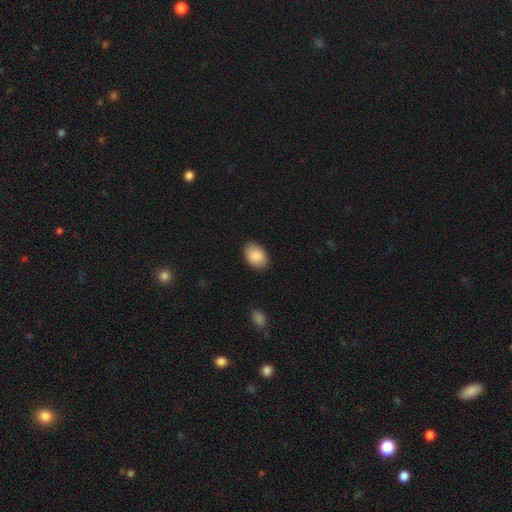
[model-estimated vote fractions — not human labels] Smooth or featured? Predicted: smooth (p=0.89). How rounded? Predicted: in between (p=0.85). Merging? Predicted: none (p=0.88).